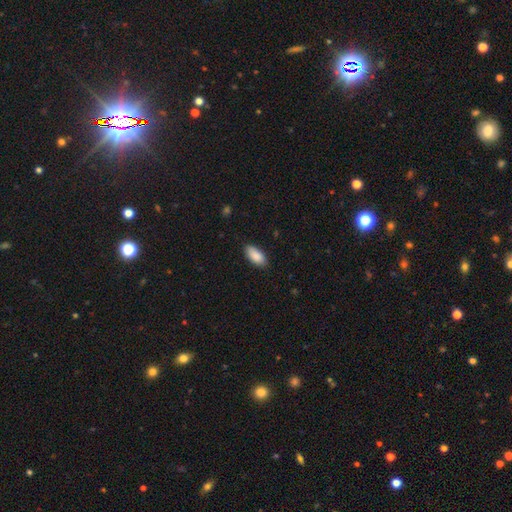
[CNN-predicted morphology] Q: Smooth or featured?
A: smooth (89%); runner-up: star or artifact (6%)
Q: How rounded?
A: in between (92%); runner-up: cigar-shaped (6%)
Q: Merging?
A: none (83%); runner-up: minor disturbance (13%)